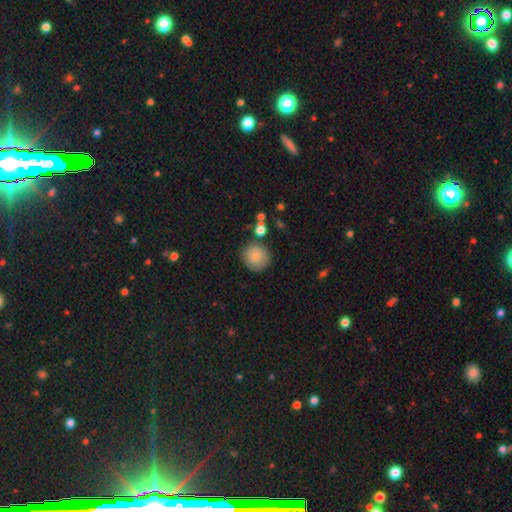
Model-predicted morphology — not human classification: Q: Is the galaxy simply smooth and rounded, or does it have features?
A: smooth — 84%.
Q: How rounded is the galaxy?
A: round — 92%.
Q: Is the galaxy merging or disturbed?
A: none — 81%.